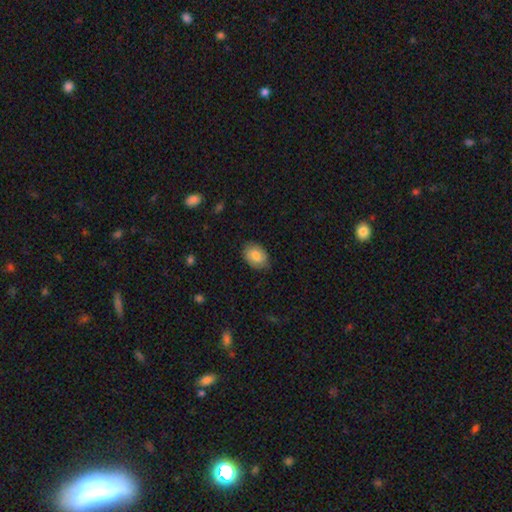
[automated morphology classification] Smooth or featured? Predicted: smooth (p=0.77). How rounded? Predicted: in between (p=0.80). Merging? Predicted: none (p=0.81).